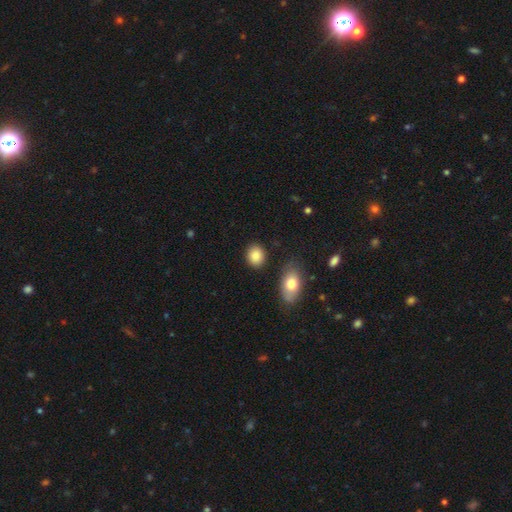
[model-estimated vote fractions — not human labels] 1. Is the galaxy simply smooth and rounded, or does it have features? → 88% smooth, 7% star or artifact, 5% featured or disk.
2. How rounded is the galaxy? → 50% round, 48% in between, 1% cigar-shaped.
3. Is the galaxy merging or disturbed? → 85% none, 9% minor disturbance, 3% merger, 3% major disturbance.